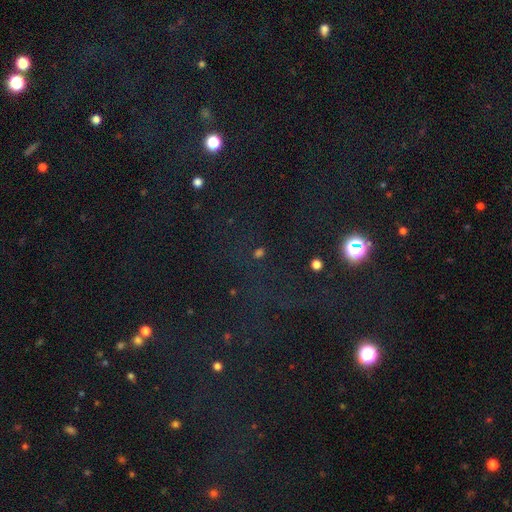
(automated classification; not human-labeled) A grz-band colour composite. It shows a star or artifact, not a galaxy (71%).